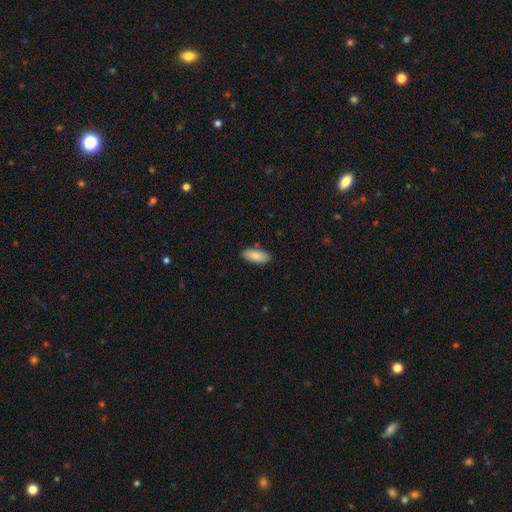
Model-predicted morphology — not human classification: smooth_or_featured: smooth (p=0.88) [alt: star or artifact p=0.06]
how_rounded: in between (p=0.86) [alt: cigar-shaped p=0.12]
merging: none (p=0.88) [alt: minor disturbance p=0.09]